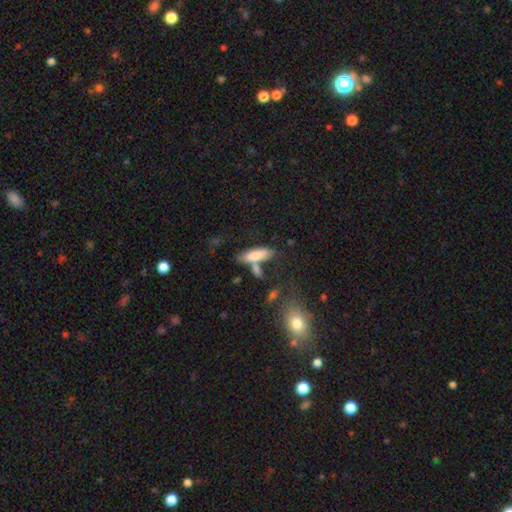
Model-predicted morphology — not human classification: Smooth or featured?
  - smooth: 76% *
  - featured or disk: 17%
  - star or artifact: 7%
How rounded?
  - in between: 52% *
  - cigar-shaped: 46%
  - round: 2%
Merging?
  - none: 50% *
  - merger: 26%
  - minor disturbance: 17%
  - major disturbance: 7%